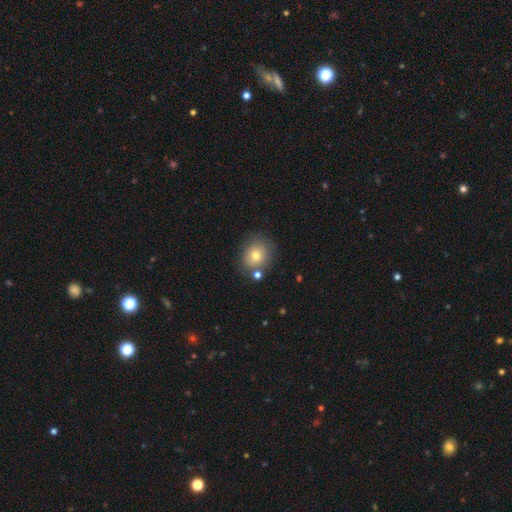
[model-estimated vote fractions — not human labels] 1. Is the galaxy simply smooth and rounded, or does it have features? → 74% smooth, 15% featured or disk, 11% star or artifact.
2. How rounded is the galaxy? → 75% round, 24% in between, 1% cigar-shaped.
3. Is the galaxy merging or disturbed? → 72% none, 14% minor disturbance, 9% merger, 5% major disturbance.